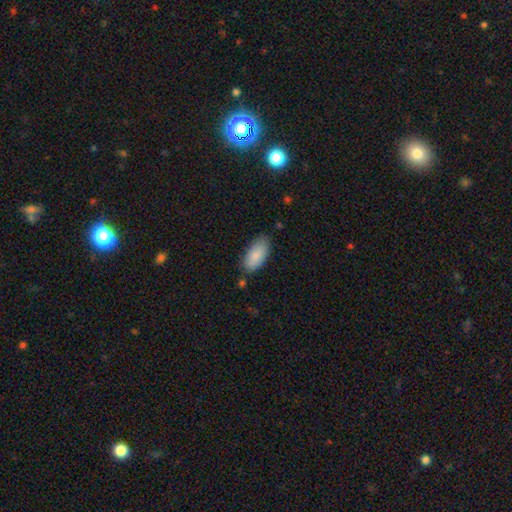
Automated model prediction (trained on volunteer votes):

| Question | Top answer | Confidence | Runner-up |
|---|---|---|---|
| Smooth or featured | smooth | 87% | featured or disk (7%) |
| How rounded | in between | 92% | cigar-shaped (6%) |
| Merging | none | 78% | minor disturbance (16%) |